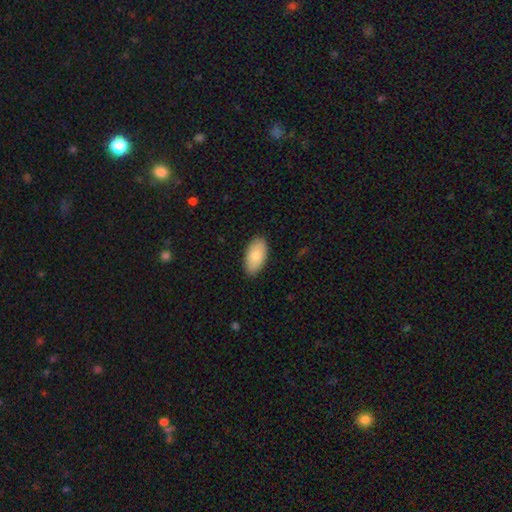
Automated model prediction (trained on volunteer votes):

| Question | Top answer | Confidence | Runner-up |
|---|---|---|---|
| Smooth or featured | smooth | 85% | featured or disk (9%) |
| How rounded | in between | 95% | round (3%) |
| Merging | none | 86% | minor disturbance (11%) |